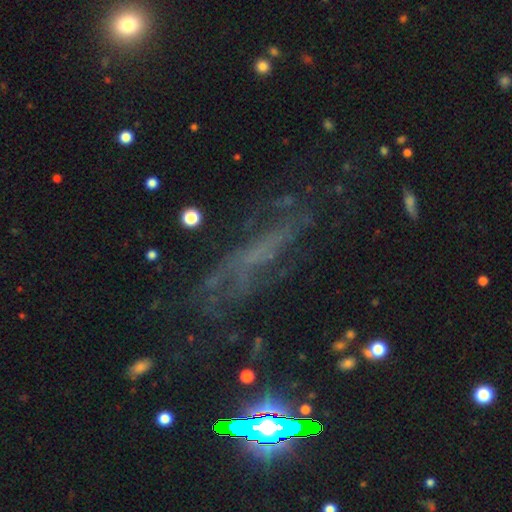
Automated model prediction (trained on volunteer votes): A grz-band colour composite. It shows a featured or disk galaxy (51%). Merging: none (63%).